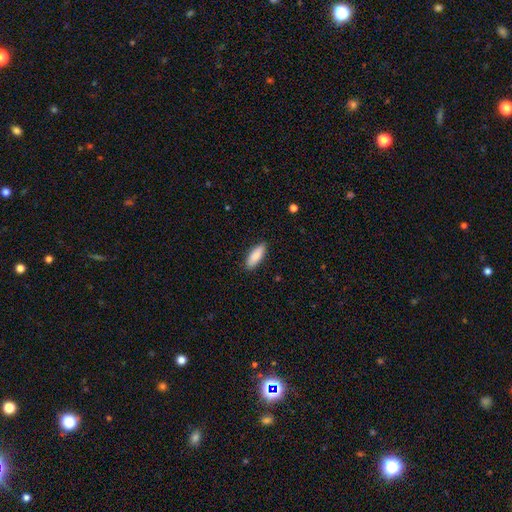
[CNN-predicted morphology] This appears to be a smooth galaxy with no disk features (88%) that is in between round and cigar-shaped (65%). Merging: none (88%).